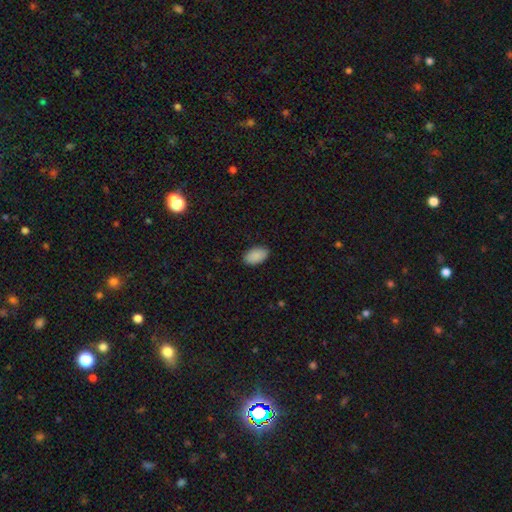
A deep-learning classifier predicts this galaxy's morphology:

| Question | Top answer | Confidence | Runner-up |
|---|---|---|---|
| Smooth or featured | smooth | 90% | star or artifact (7%) |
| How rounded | in between | 95% | round (4%) |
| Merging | none | 88% | minor disturbance (9%) |